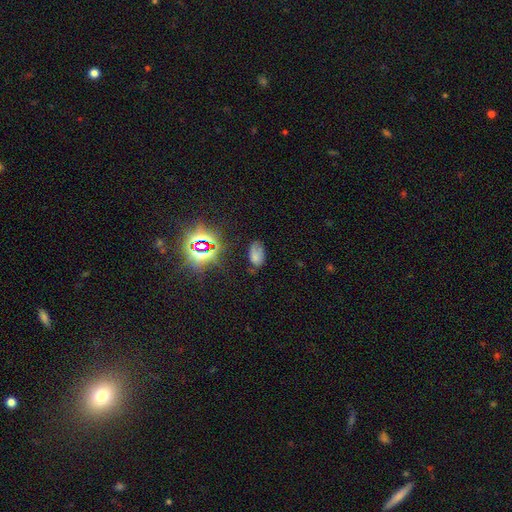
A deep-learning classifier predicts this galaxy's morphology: Smooth or featured? smooth (57%)
How rounded? in between (92%)
Merging? none (56%)